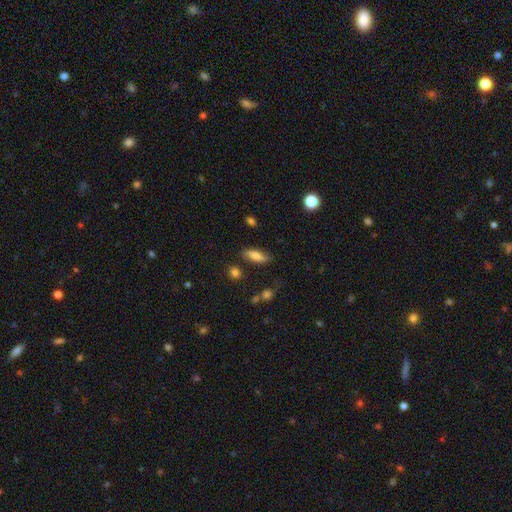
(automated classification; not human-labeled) A smooth galaxy with no disk features (77%) that is in between round and cigar-shaped (62%).

Vote fractions:
- Smooth or featured? smooth: 77% / featured or disk: 15% / star or artifact: 8%
- How rounded? in between: 62% / cigar-shaped: 35% / round: 3%
- Merging? none: 79% / minor disturbance: 14% / major disturbance: 3% / merger: 3%